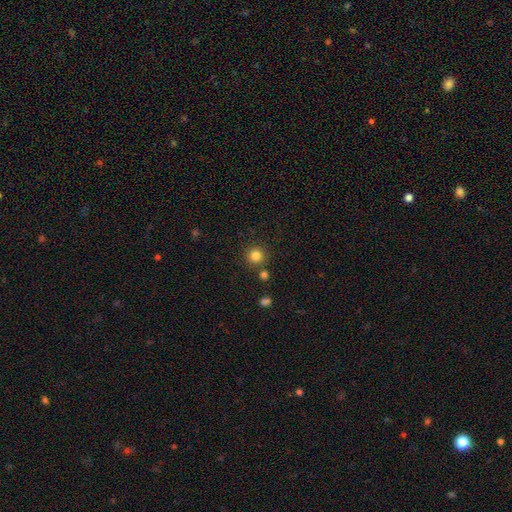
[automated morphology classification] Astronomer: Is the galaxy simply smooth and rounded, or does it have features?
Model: smooth — 82%.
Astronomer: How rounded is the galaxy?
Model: round — 95%.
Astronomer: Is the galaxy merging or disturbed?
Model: none — 84%.